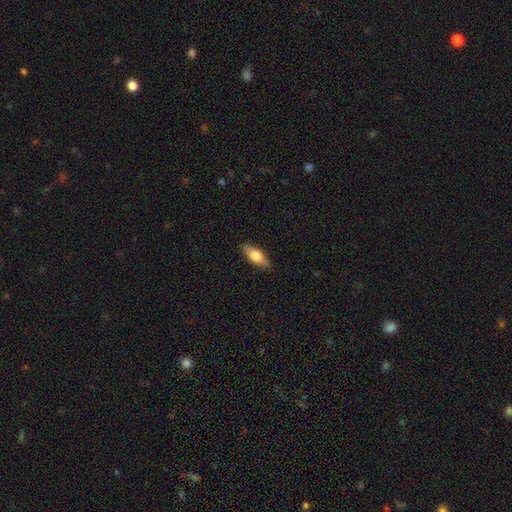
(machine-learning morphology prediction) smooth-or-featured: smooth: 65% | featured or disk: 29% | star or artifact: 6%
  how-rounded: in between: 66% | cigar-shaped: 31% | round: 3%
  merging: none: 88% | minor disturbance: 9% | major disturbance: 2% | merger: 1%